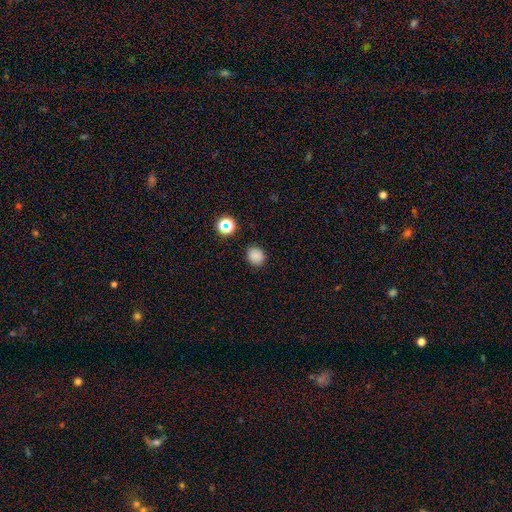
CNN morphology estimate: The model was most divided on "how rounded": round: 74%, in between: 25%, cigar-shaped: 1%. More confident: merging — none (87%); smooth or featured — smooth (81%).